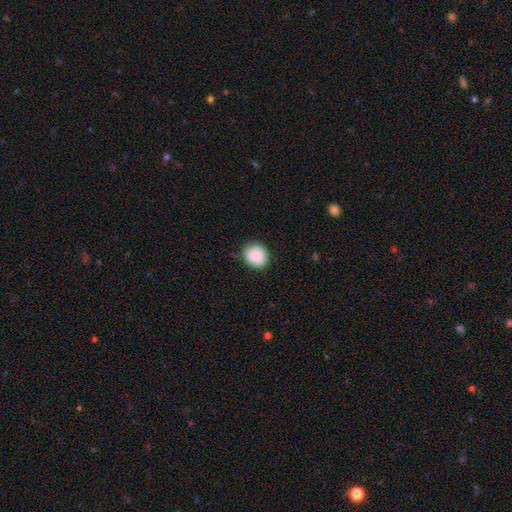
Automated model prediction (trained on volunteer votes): smooth 88%, star or artifact 7%, featured or disk 4%. Down the decision tree: how rounded — round (76%); merging — none (84%).